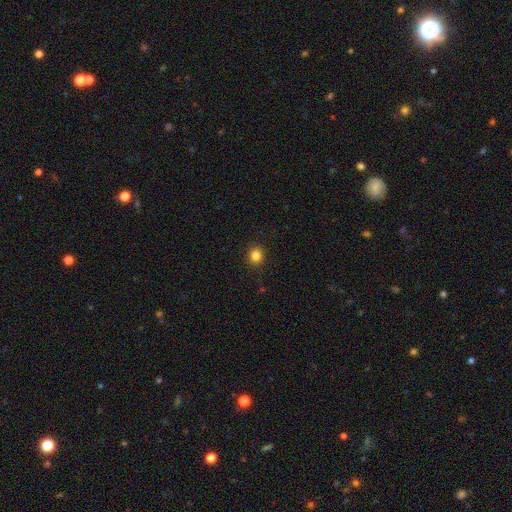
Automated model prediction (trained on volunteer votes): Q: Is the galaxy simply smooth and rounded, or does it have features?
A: smooth — 84%.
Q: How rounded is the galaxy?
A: round — 83%.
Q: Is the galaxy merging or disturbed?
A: none — 91%.